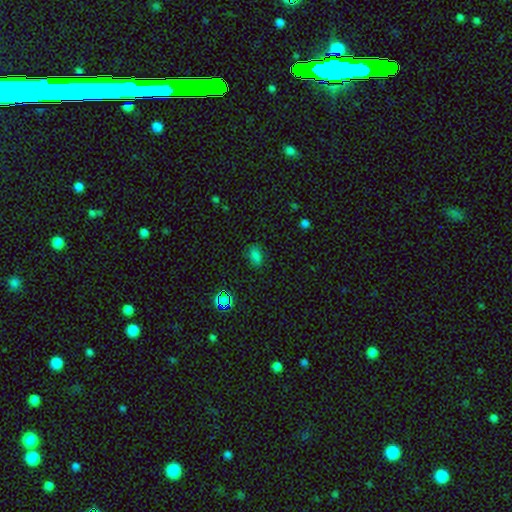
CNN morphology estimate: Smooth or featured?
  - smooth: 72% *
  - star or artifact: 21%
  - featured or disk: 6%
How rounded?
  - in between: 87% *
  - round: 10%
  - cigar-shaped: 3%
Merging?
  - none: 80% *
  - minor disturbance: 15%
  - major disturbance: 4%
  - merger: 2%